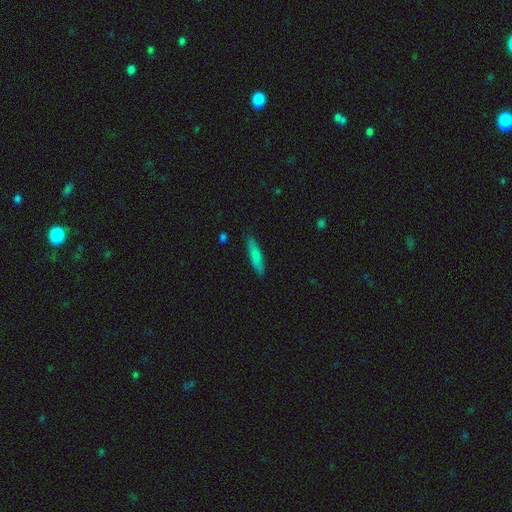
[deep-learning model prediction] Smooth or featured?
  - smooth: 72% *
  - featured or disk: 22%
  - star or artifact: 6%
How rounded?
  - cigar-shaped: 80% *
  - in between: 18%
  - round: 2%
Merging?
  - none: 87% *
  - minor disturbance: 10%
  - major disturbance: 2%
  - merger: 1%